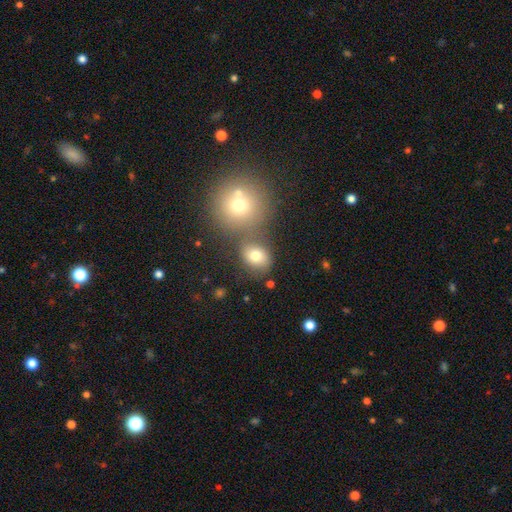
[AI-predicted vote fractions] Overall: smooth (74%). How rounded: round (57%; in between 42%). Merging: none (58%; merger 26%).